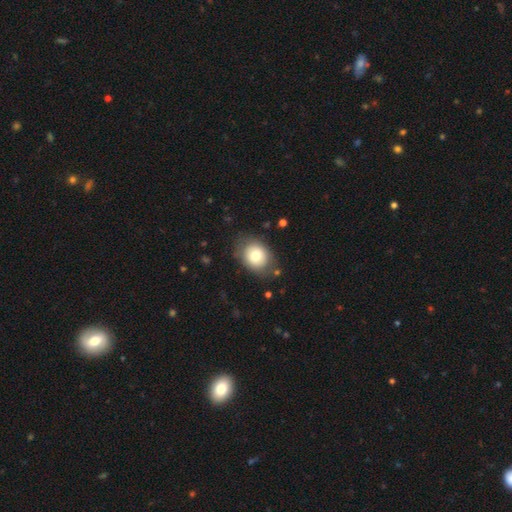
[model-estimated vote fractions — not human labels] The model was most divided on "how rounded": in between: 50%, round: 49%, cigar-shaped: 1%. More confident: merging — none (76%); smooth or featured — smooth (74%).